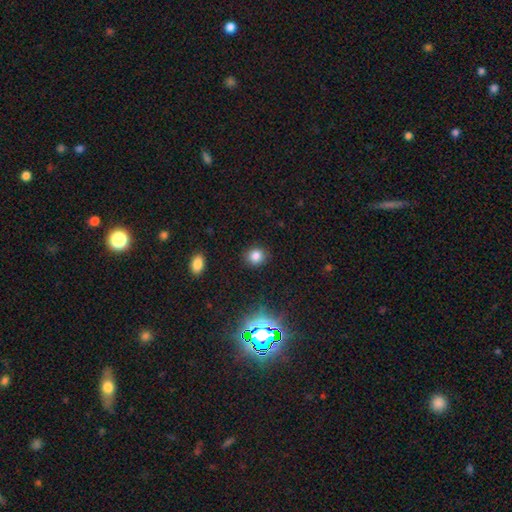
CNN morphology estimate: Smooth or featured: smooth — 78% (star or artifact — 16%)
How rounded: round — 77% (in between — 22%)
Merging: none — 89% (minor disturbance — 7%)